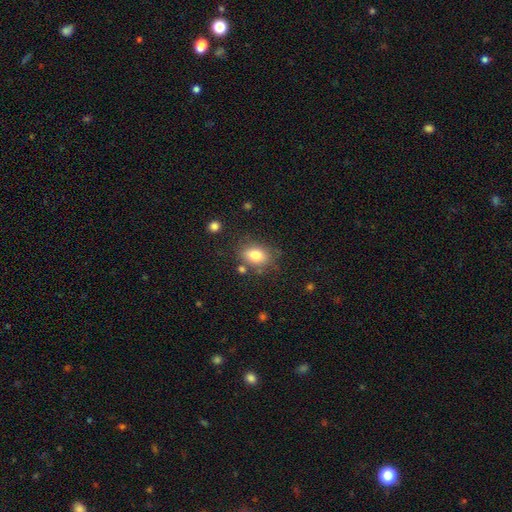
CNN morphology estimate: Smooth or featured? smooth (80%)
How rounded? in between (75%)
Merging? none (72%)